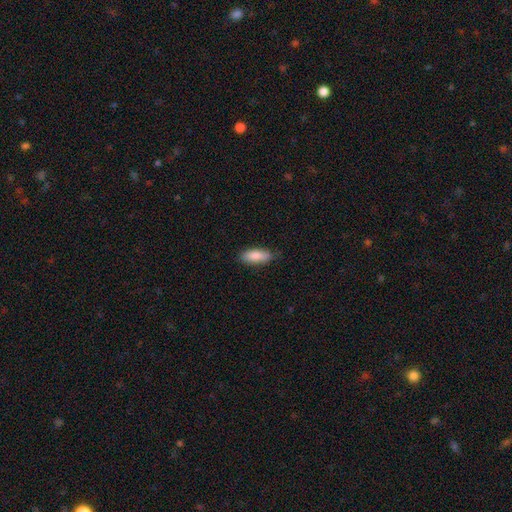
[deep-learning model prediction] Morphology: type=smooth (86%); roundness=in between (74%); merging=none (81%).